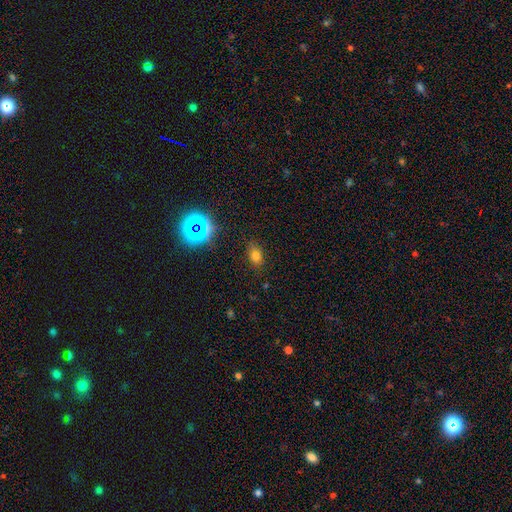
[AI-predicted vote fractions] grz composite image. It shows a smooth galaxy with no disk features (70%) that is in between round and cigar-shaped (76%). Merging: none (82%).